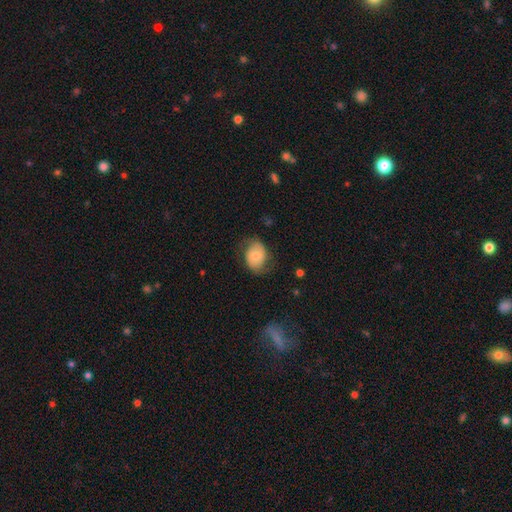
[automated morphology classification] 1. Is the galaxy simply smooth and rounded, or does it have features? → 61% smooth, 32% featured or disk, 7% star or artifact.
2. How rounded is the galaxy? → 68% in between, 31% round, 1% cigar-shaped.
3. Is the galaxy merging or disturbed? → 63% none, 25% minor disturbance, 11% major disturbance, 1% merger.